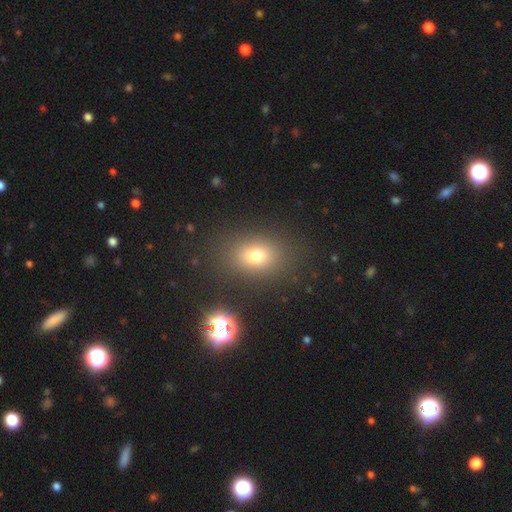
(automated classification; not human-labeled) Morphology: type=smooth (72%); roundness=in between (65%); merging=none (83%).